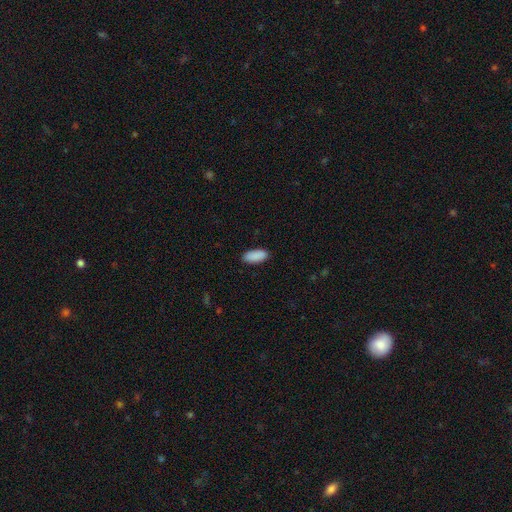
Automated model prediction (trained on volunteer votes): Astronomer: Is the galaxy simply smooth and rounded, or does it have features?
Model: smooth — 91%.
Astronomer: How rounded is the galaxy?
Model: in between — 87%.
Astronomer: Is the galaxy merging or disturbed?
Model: none — 90%.